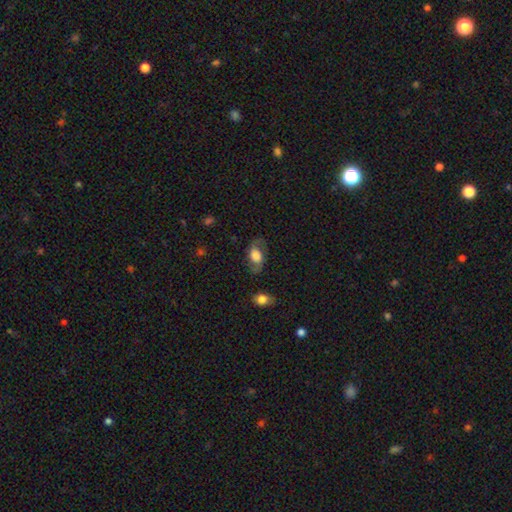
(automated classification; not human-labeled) Smooth or featured? smooth (50%)
How rounded? in between (86%)
Merging? none (69%)